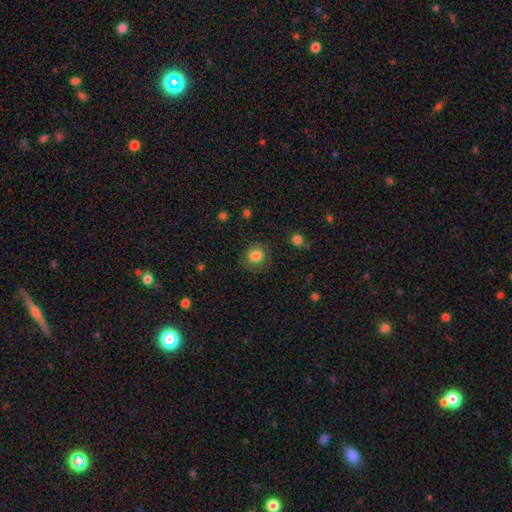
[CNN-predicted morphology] Q: Smooth or featured?
A: smooth (81%); runner-up: star or artifact (10%)
Q: How rounded?
A: round (81%); runner-up: in between (18%)
Q: Merging?
A: none (80%); runner-up: minor disturbance (13%)